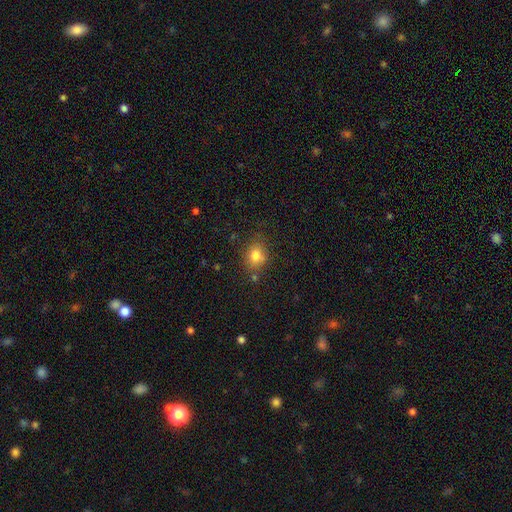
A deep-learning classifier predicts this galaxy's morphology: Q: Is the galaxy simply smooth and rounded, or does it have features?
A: smooth — 80%.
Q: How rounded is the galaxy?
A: round — 58%.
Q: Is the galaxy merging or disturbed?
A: none — 75%.